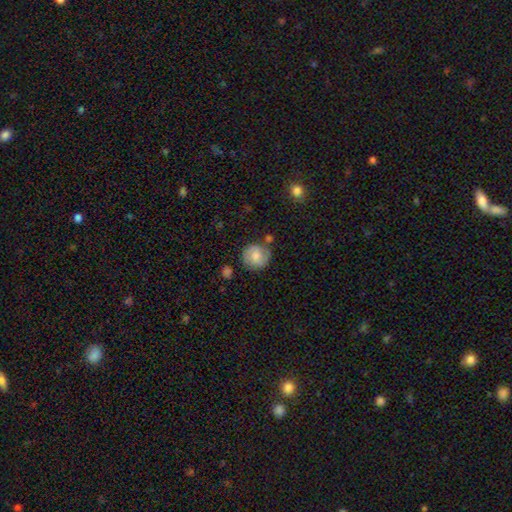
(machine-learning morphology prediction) This is likely a smooth galaxy (62%). How rounded: clearly round (88%). Merging: likely none (69%).